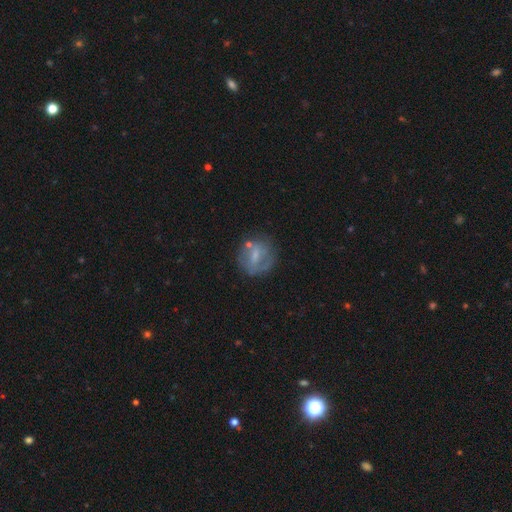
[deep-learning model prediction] Smooth or featured?
  - featured or disk: 49% *
  - smooth: 42%
  - star or artifact: 9%
Merging?
  - none: 62% *
  - minor disturbance: 21%
  - major disturbance: 11%
  - merger: 6%